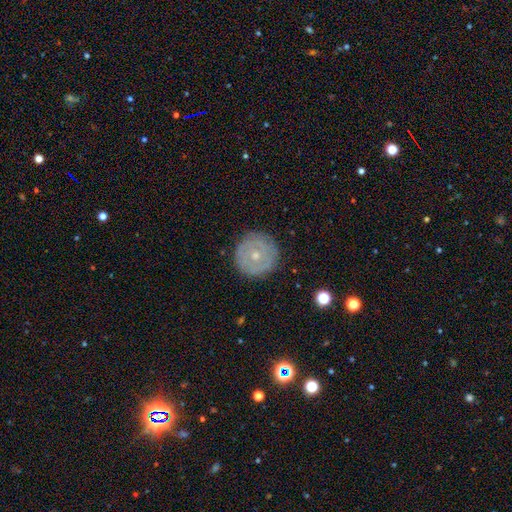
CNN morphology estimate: smooth_or_featured: featured or disk (p=0.58) [alt: smooth p=0.35]
disk_edge_on: no (p=0.97) [alt: yes p=0.03]
bar: no (p=0.86) [alt: weak p=0.11]
has_spiral_arms: yes (p=0.51) [alt: no p=0.49]
bulge_size: small (p=0.54) [alt: moderate p=0.43]
merging: none (p=0.87) [alt: minor disturbance p=0.10]